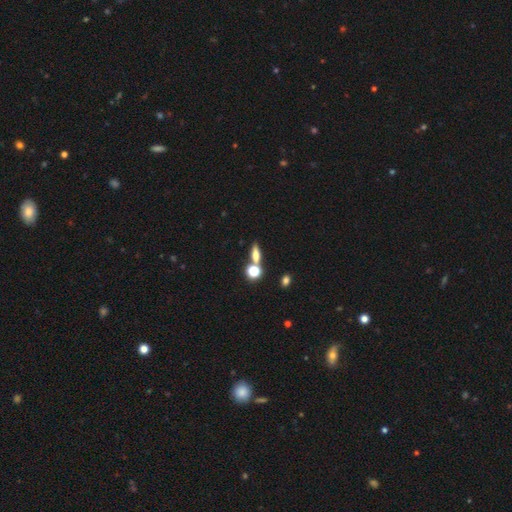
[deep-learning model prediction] smooth-or-featured: smooth: 64% | featured or disk: 20% | star or artifact: 16%
  how-rounded: in between: 43% | cigar-shaped: 34% | round: 22%
  merging: none: 60% | merger: 25% | minor disturbance: 10% | major disturbance: 5%